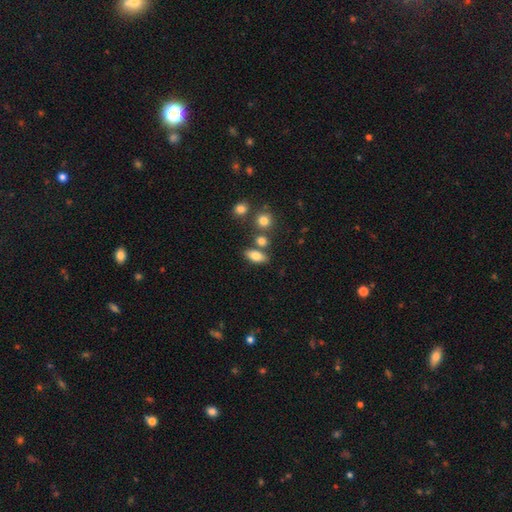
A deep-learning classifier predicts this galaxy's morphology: smooth-or-featured: smooth: 78% | featured or disk: 13% | star or artifact: 9%
  how-rounded: in between: 81% | cigar-shaped: 10% | round: 8%
  merging: none: 70% | merger: 14% | minor disturbance: 12% | major disturbance: 4%